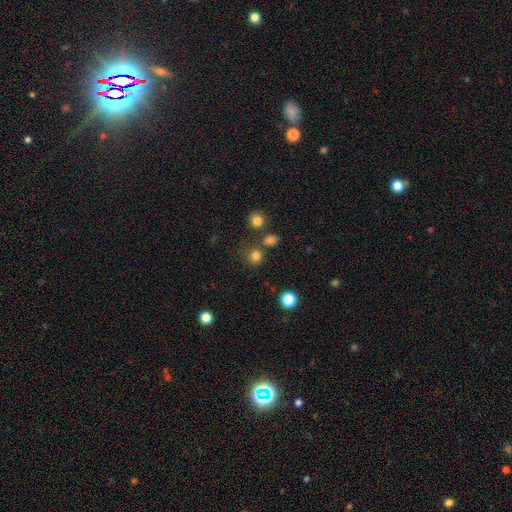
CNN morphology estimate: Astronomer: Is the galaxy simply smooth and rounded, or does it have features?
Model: smooth — 78%.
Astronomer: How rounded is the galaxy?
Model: round — 88%.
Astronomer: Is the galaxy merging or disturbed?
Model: none — 74%.